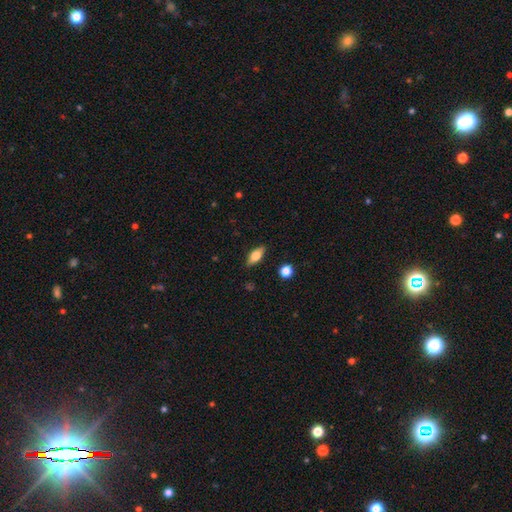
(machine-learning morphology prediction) Q: Smooth or featured?
A: smooth (64%); runner-up: featured or disk (28%)
Q: How rounded?
A: in between (78%); runner-up: cigar-shaped (18%)
Q: Merging?
A: none (86%); runner-up: minor disturbance (10%)